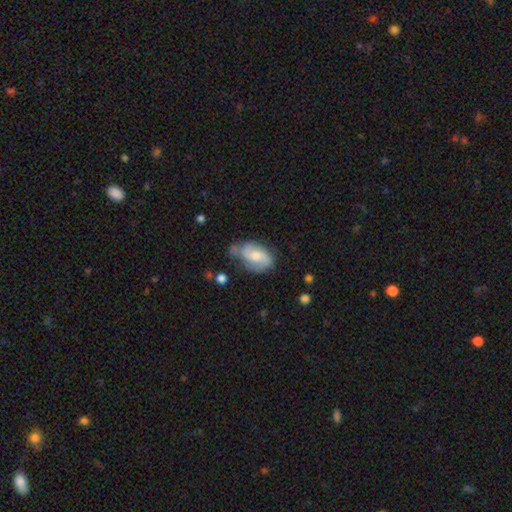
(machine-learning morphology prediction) This is possibly a featured or disk galaxy (56%). It is clearly not viewed edge-on (96%). Bar: possibly no (55%). Spiral arm pattern: clearly yes (85%). Central bulge: possibly moderate (50%). Merging: marginally none (44%).